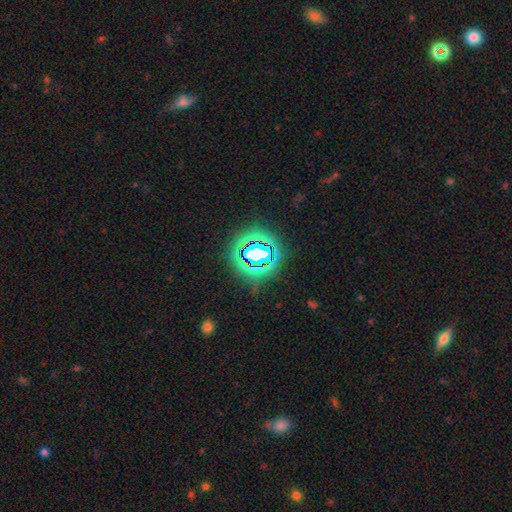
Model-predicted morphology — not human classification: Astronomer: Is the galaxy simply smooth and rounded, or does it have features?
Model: star or artifact — 71%.